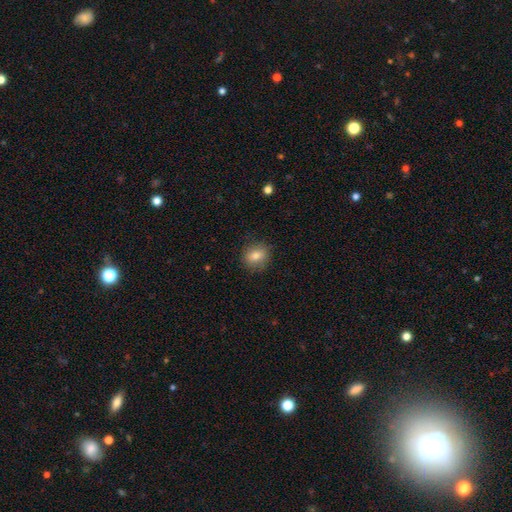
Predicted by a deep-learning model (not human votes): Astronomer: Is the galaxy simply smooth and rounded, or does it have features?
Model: smooth — 79%.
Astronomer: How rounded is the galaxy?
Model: round — 62%.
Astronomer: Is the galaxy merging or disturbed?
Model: none — 84%.